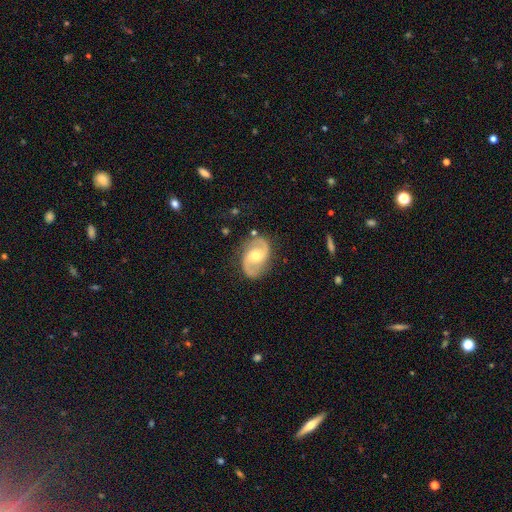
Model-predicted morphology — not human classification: A featured or disk galaxy (86%) with no bar (52%), 2 (93%) medium (52%) spiral arms (96%) and a moderate central bulge (62%).

Vote fractions:
- Smooth or featured? featured or disk: 86% / smooth: 9% / star or artifact: 5%
- Edge-on disk? no: 97% / yes: 3%
- Bar? no: 52% / weak: 37% / strong: 11%
- Spiral arms? yes: 96% / no: 4%
- Spiral winding? medium: 52% / loose: 31% / tight: 17%
- Spiral arm count? 2: 93% / can't tell: 3% / 1: 2% / 3: 1% / 4: 1% / more than 4: 1%
- Bulge size? moderate: 62% / small: 33% / large: 3% / none: 1% / dominant: 1%
- Merging? none: 81% / minor disturbance: 13% / major disturbance: 4% / merger: 2%